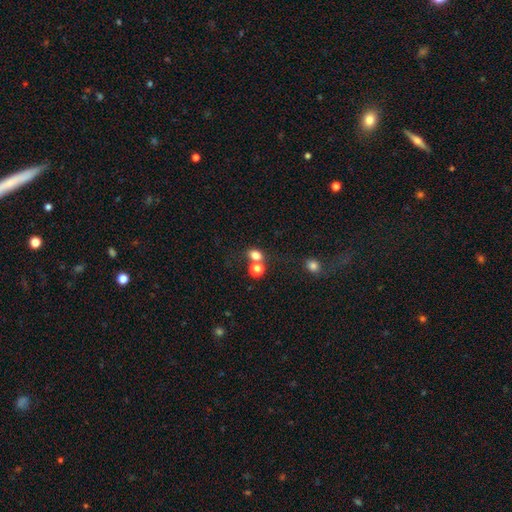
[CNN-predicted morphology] Smooth or featured? smooth (78%)
How rounded? in between (53%)
Merging? none (54%)